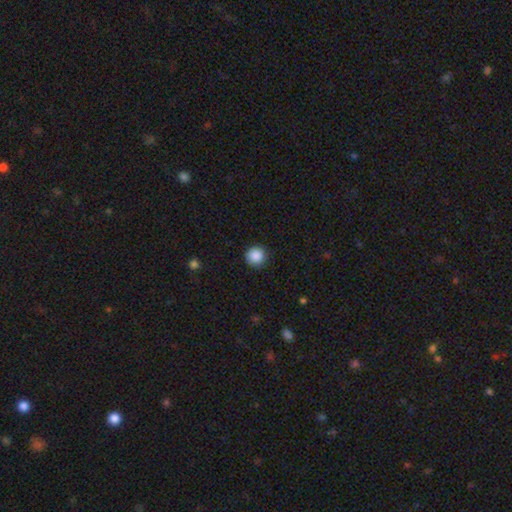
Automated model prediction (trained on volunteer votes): This appears to be a smooth galaxy with no disk features (88%) that is round (95%). Merging: none (89%).